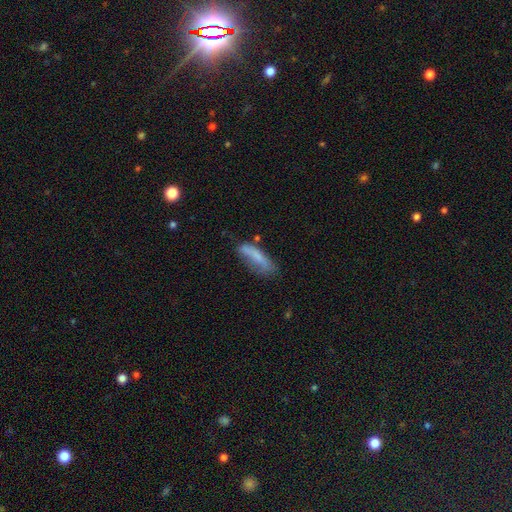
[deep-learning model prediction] smooth 71%, featured or disk 21%, star or artifact 8%. Down the decision tree: how rounded — cigar-shaped (59%); merging — none (49%).